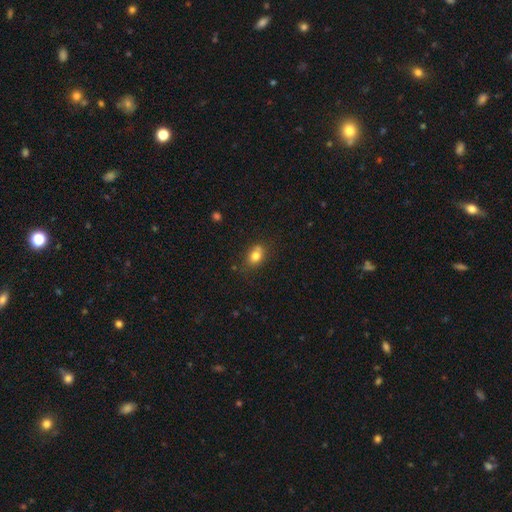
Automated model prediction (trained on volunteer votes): Smooth or featured? smooth (79%)
How rounded? in between (64%)
Merging? none (65%)